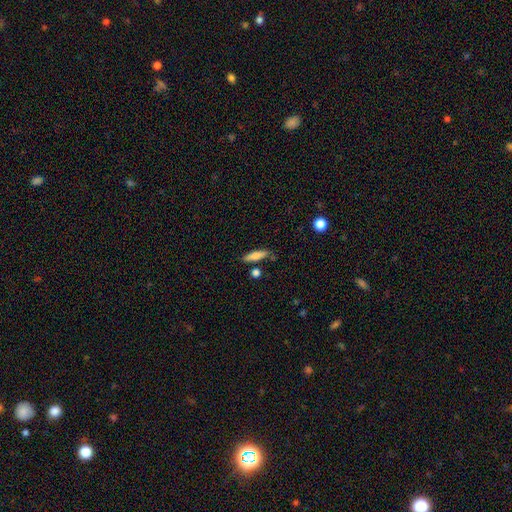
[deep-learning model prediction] Morphology: type=smooth (75%); roundness=cigar-shaped (74%); merging=none (78%).